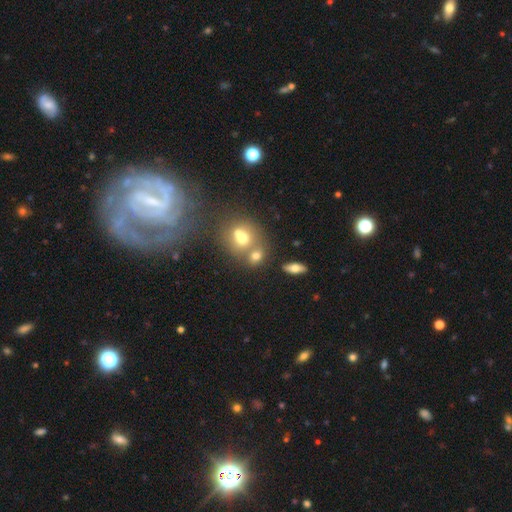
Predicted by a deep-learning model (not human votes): Morphology: type=smooth (67%); roundness=round (60%); merging=none (44%).